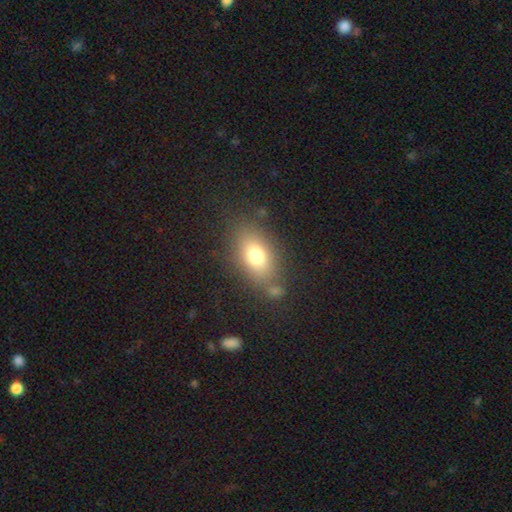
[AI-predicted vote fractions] Smooth or featured: smooth — 74% (featured or disk — 15%)
How rounded: in between — 80% (round — 16%)
Merging: none — 71% (minor disturbance — 15%)